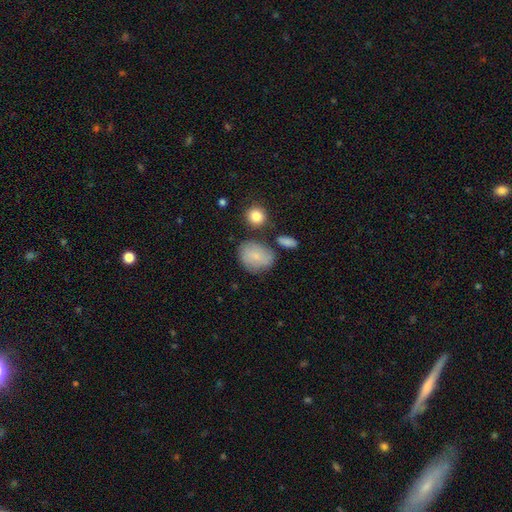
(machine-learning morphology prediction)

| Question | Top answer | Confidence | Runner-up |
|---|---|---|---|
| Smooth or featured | smooth | 74% | featured or disk (18%) |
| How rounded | round | 53% | in between (45%) |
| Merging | none | 64% | minor disturbance (21%) |